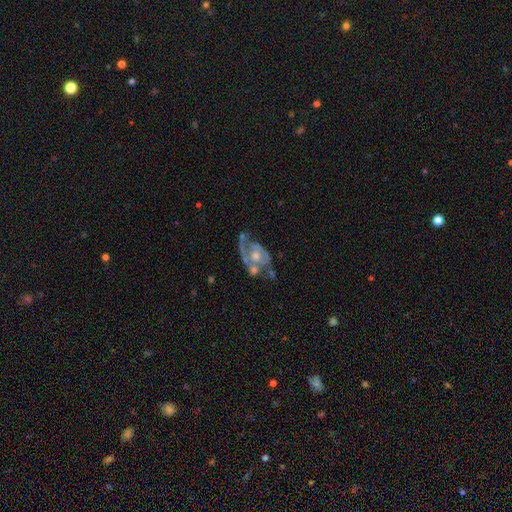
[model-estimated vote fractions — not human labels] Smooth or featured?
  - featured or disk: 84% *
  - smooth: 11%
  - star or artifact: 5%
Edge-on disk?
  - no: 97% *
  - yes: 3%
Bar?
  - no: 72% *
  - weak: 23%
  - strong: 5%
Spiral arms?
  - yes: 87% *
  - no: 13%
Spiral winding?
  - medium: 44% *
  - tight: 37%
  - loose: 19%
Spiral arm count?
  - 2: 64% *
  - 1: 19%
  - can't tell: 11%
  - 3: 4%
  - 4: 1%
  - more than 4: 1%
Bulge size?
  - moderate: 62% *
  - small: 27%
  - large: 6%
  - none: 4%
  - dominant: 1%
Merging?
  - none: 41% *
  - minor disturbance: 22%
  - major disturbance: 20%
  - merger: 17%